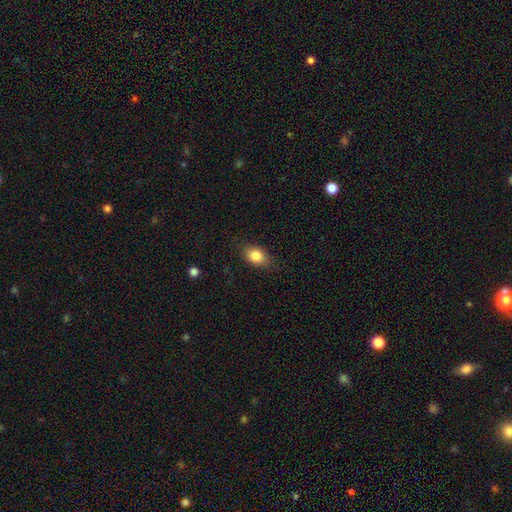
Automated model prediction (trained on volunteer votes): smooth 84%, star or artifact 9%, featured or disk 7%. Down the decision tree: how rounded — in between (72%); merging — none (82%).